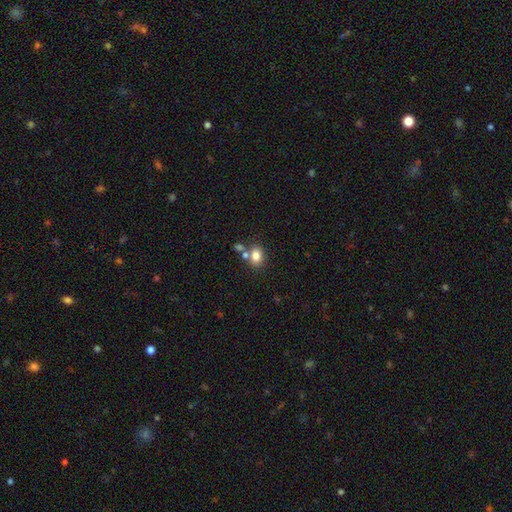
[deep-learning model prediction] This is likely a smooth galaxy (80%). How rounded: possibly in between (55%). Merging: possibly none (60%).